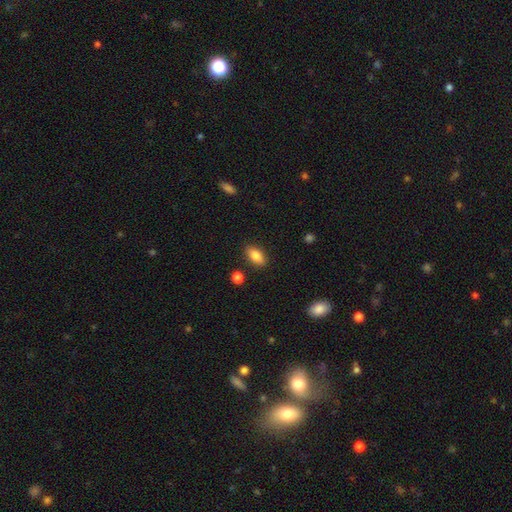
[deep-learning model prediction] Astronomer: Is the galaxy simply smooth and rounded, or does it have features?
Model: smooth — 85%.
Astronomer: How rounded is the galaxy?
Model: in between — 89%.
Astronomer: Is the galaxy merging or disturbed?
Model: none — 87%.